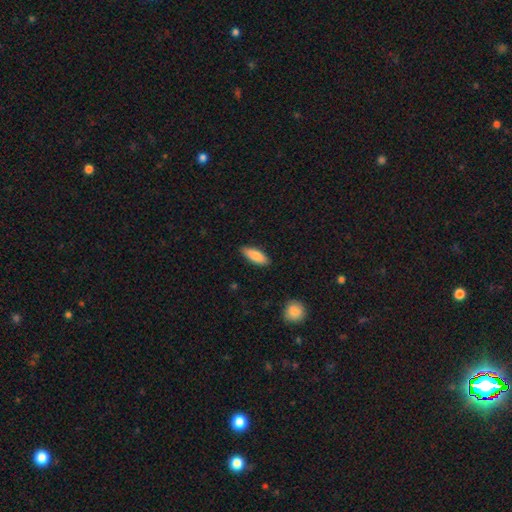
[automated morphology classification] This is clearly a smooth galaxy (85%). How rounded: likely in between (64%). Merging: clearly none (87%).